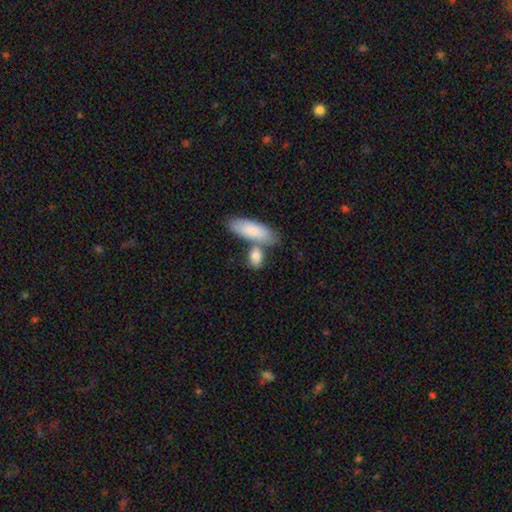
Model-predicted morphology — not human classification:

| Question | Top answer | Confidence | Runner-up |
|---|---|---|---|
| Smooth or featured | smooth | 84% | featured or disk (10%) |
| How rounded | in between | 77% | cigar-shaped (14%) |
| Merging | none | 51% | merger (31%) |